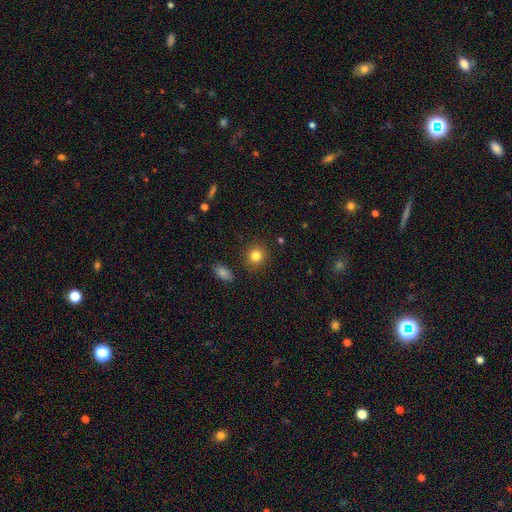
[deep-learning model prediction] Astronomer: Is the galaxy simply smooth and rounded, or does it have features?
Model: smooth — 82%.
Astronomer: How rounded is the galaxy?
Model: round — 85%.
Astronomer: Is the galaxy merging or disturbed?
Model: none — 88%.